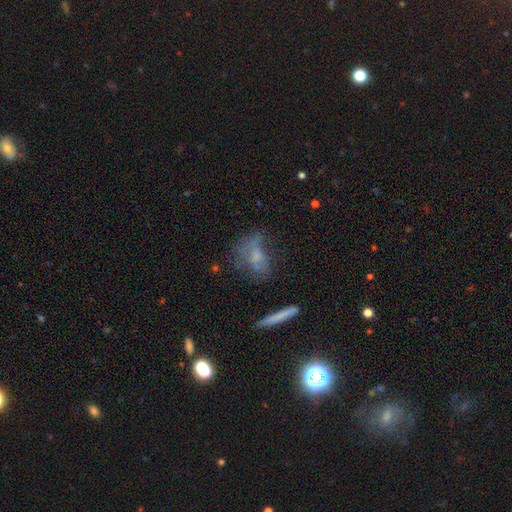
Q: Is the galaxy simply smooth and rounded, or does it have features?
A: featured or disk — 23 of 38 (61%).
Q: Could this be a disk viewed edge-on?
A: no — 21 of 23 (91%).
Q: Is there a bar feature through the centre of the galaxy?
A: no — 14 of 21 (67%).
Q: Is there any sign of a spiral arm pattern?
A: no — 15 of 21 (71%).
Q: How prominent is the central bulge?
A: moderate — 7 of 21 (33%, tied with small).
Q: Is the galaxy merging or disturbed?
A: major disturbance — 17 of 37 (46%).